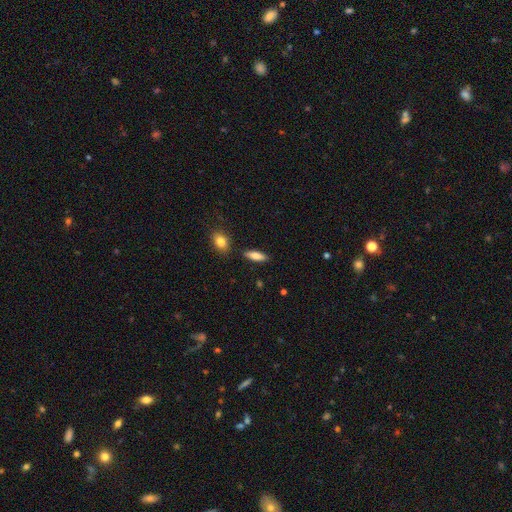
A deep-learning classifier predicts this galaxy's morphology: A smooth galaxy with no disk features (76%) that is in between round and cigar-shaped (59%).

Vote fractions:
- Smooth or featured? smooth: 76% / featured or disk: 17% / star or artifact: 7%
- How rounded? in between: 59% / cigar-shaped: 38% / round: 2%
- Merging? none: 86% / minor disturbance: 9% / merger: 3% / major disturbance: 2%